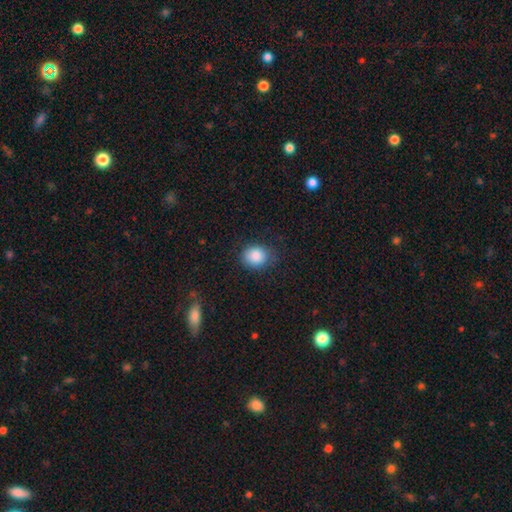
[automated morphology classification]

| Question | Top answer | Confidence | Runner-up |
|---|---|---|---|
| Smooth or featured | smooth | 87% | star or artifact (9%) |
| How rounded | round | 65% | in between (34%) |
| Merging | none | 79% | minor disturbance (15%) |